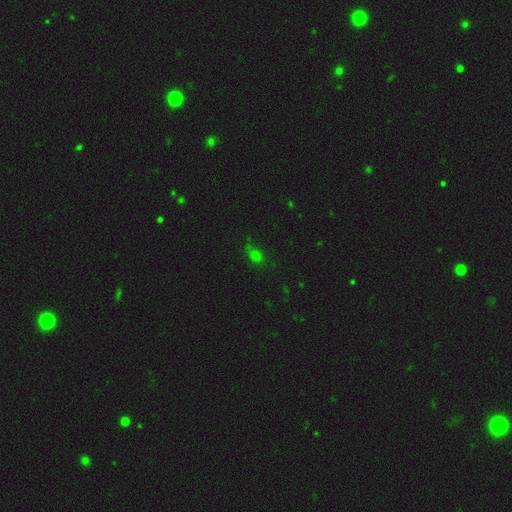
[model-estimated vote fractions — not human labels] Smooth or featured?
  - smooth: 62% *
  - star or artifact: 29%
  - featured or disk: 9%
How rounded?
  - in between: 49% *
  - round: 46%
  - cigar-shaped: 4%
Merging?
  - none: 65% *
  - minor disturbance: 23%
  - major disturbance: 9%
  - merger: 3%